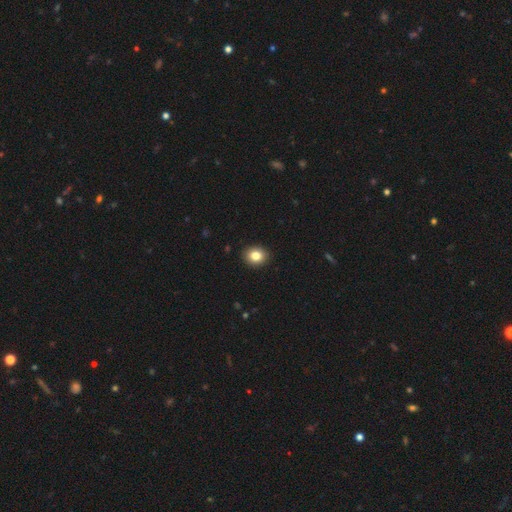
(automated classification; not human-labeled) A smooth galaxy with no disk features (83%) that is round (62%).

Vote fractions:
- Smooth or featured? smooth: 83% / star or artifact: 10% / featured or disk: 7%
- How rounded? round: 62% / in between: 37% / cigar-shaped: 1%
- Merging? none: 91% / minor disturbance: 6% / major disturbance: 2% / merger: 1%